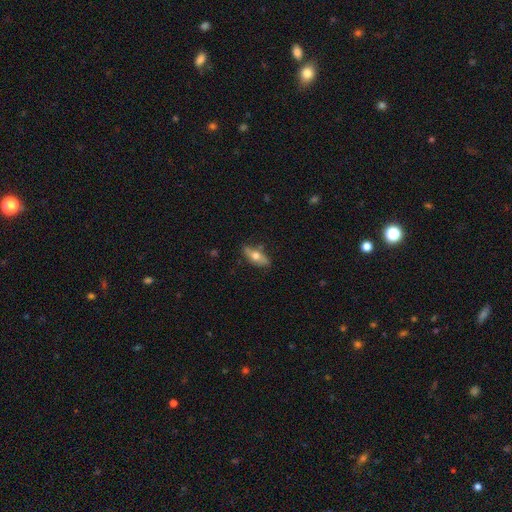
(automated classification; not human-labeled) Smooth or featured: smooth — 52% (featured or disk — 41%)
How rounded: in between — 70% (cigar-shaped — 26%)
Merging: none — 76% (minor disturbance — 18%)